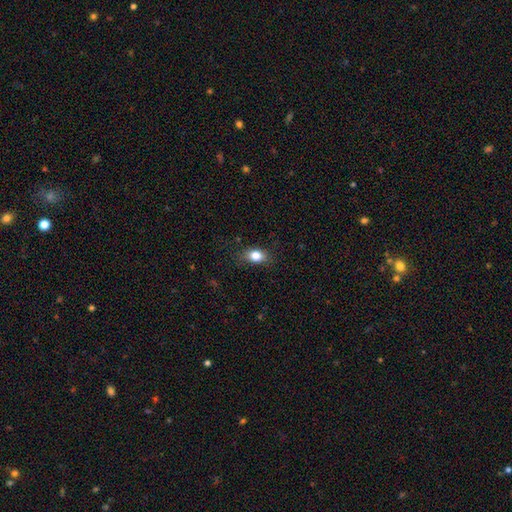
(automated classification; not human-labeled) Smooth or featured? Predicted: smooth (p=0.83). How rounded? Predicted: in between (p=0.72). Merging? Predicted: none (p=0.78).